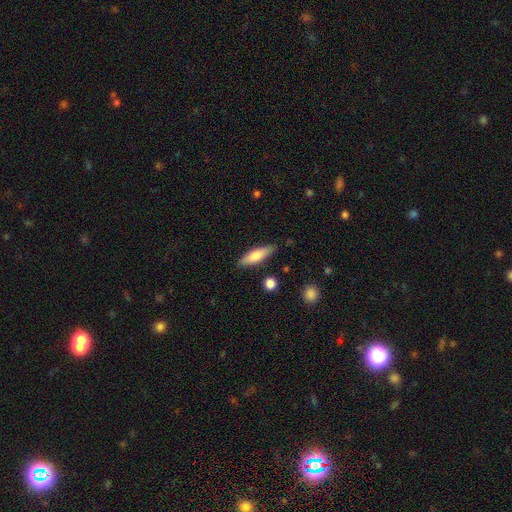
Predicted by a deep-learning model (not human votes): Morphology: type=smooth (74%); roundness=cigar-shaped (58%); merging=none (85%).